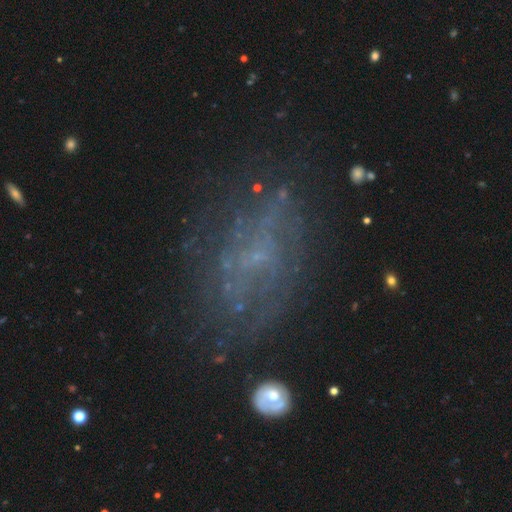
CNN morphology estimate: Smooth or featured? Predicted: featured or disk (p=0.60). Edge-on disk? Predicted: no (p=0.95). Bar? Predicted: no (p=0.74). Spiral arms? Predicted: no (p=0.59). Bulge size? Predicted: none (p=0.51). Merging? Predicted: none (p=0.58).